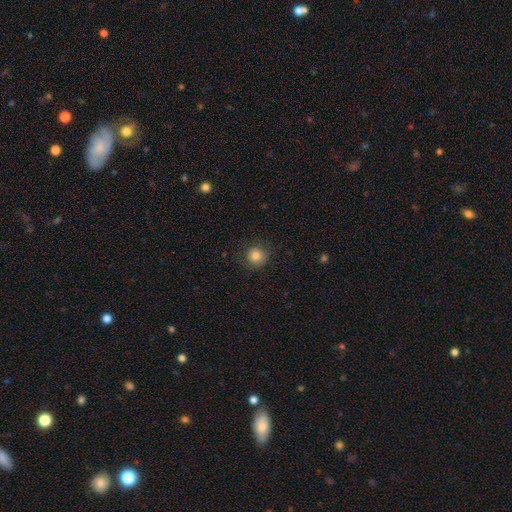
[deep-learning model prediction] Smooth or featured? smooth (83%)
How rounded? round (92%)
Merging? none (83%)